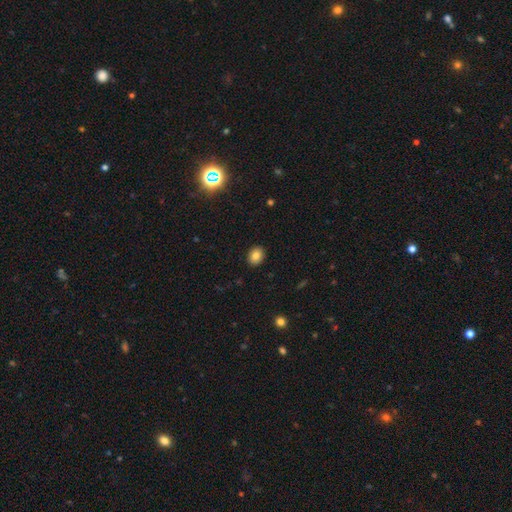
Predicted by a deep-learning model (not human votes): A smooth galaxy with no disk features (83%) that is in between round and cigar-shaped (55%).

Vote fractions:
- Smooth or featured? smooth: 83% / star or artifact: 11% / featured or disk: 7%
- How rounded? in between: 55% / round: 44% / cigar-shaped: 1%
- Merging? none: 90% / minor disturbance: 7% / major disturbance: 2% / merger: 1%